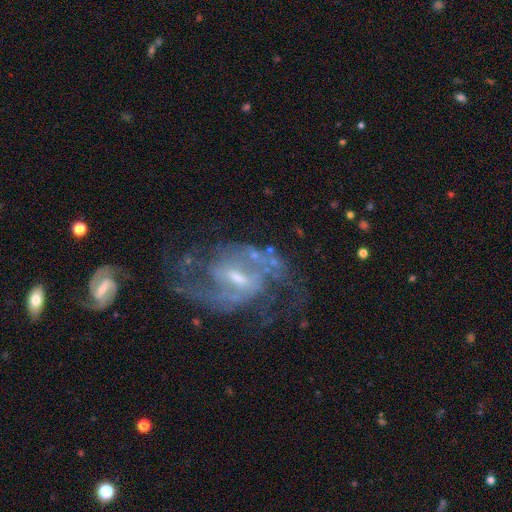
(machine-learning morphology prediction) Smooth or featured? Predicted: featured or disk (p=0.90). Edge-on disk? Predicted: no (p=0.97). Bar? Predicted: weak (p=0.58). Spiral arms? Predicted: yes (p=0.97). Spiral winding? Predicted: medium (p=0.58). Spiral arm count? Predicted: 2 (p=0.85). Bulge size? Predicted: small (p=0.50). Merging? Predicted: none (p=0.67).